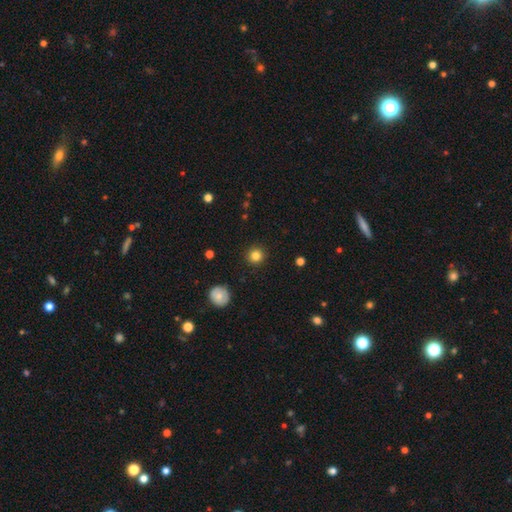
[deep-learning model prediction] Morphology: type=smooth (83%); roundness=round (95%); merging=none (92%).